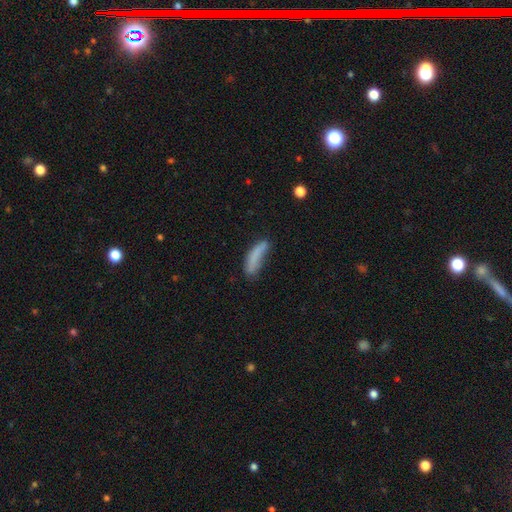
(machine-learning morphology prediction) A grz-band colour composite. It shows a smooth galaxy with no disk features (76%) that is cigar-shaped (68%). Merging: none (50%).